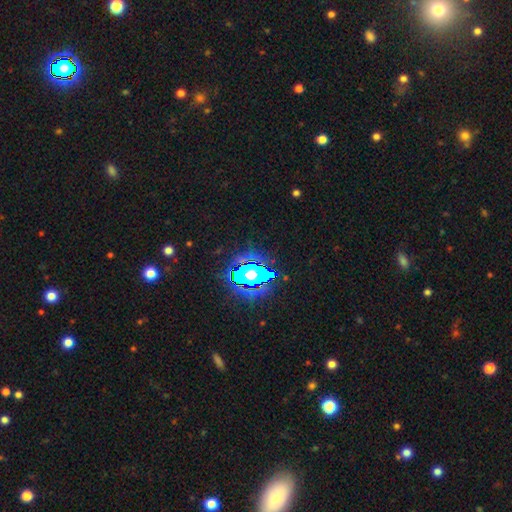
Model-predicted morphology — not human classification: A star or artifact, not a galaxy (80%).